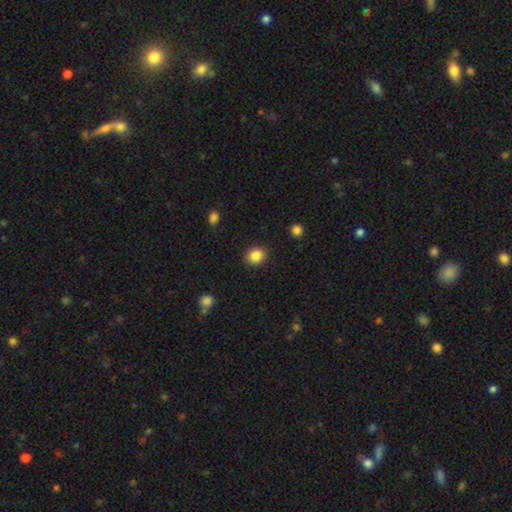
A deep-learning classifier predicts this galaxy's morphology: This appears to be a smooth galaxy with no disk features (87%) that is round (78%). Merging: none (89%).